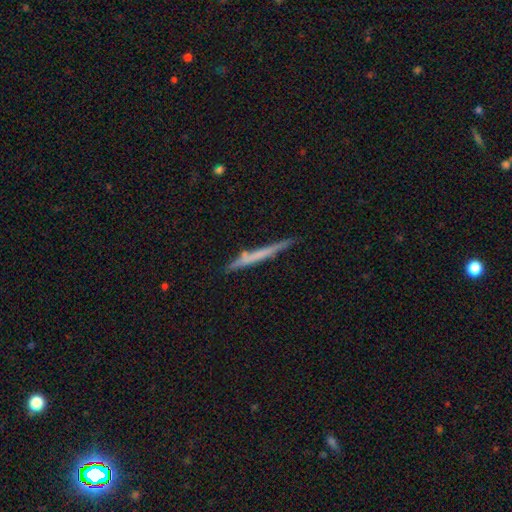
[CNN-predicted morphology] smooth_or_featured: smooth (p=0.49) [alt: featured or disk p=0.45]
merging: none (p=0.81) [alt: minor disturbance p=0.13]